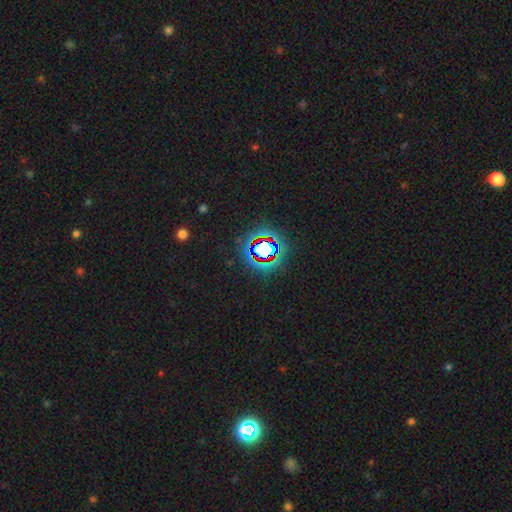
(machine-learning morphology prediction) Overall: star or artifact (79%).